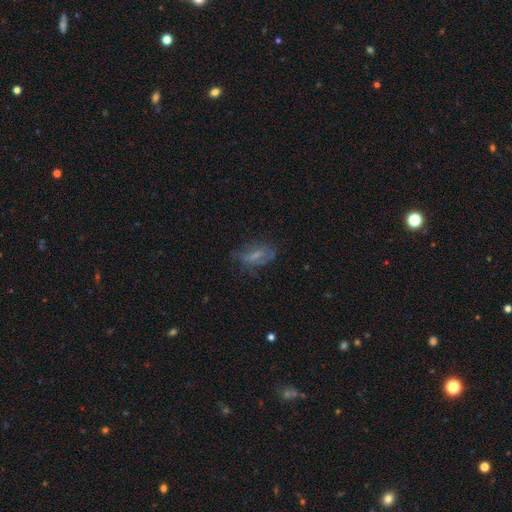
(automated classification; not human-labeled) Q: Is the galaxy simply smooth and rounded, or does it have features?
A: smooth — 44%.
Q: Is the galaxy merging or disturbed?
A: none — 52%.